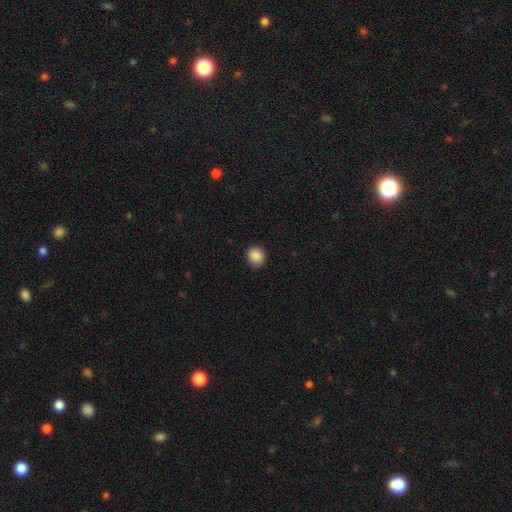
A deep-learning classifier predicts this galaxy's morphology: smooth 88%, star or artifact 9%, featured or disk 3%. Down the decision tree: how rounded — round (85%); merging — none (87%).